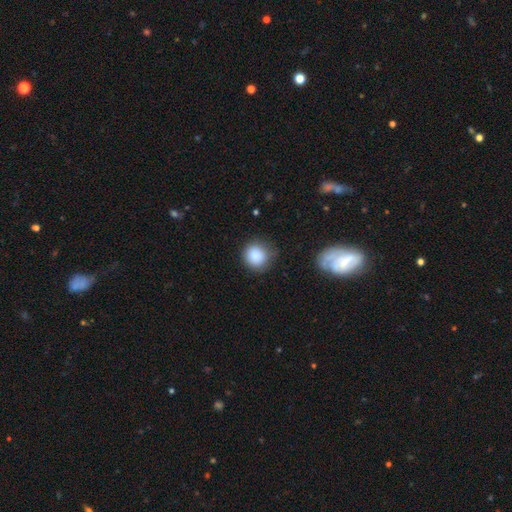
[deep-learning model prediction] Smooth or featured?
  - smooth: 87% *
  - star or artifact: 9%
  - featured or disk: 4%
How rounded?
  - round: 90% *
  - in between: 9%
  - cigar-shaped: 1%
Merging?
  - none: 76% *
  - minor disturbance: 18%
  - major disturbance: 5%
  - merger: 2%